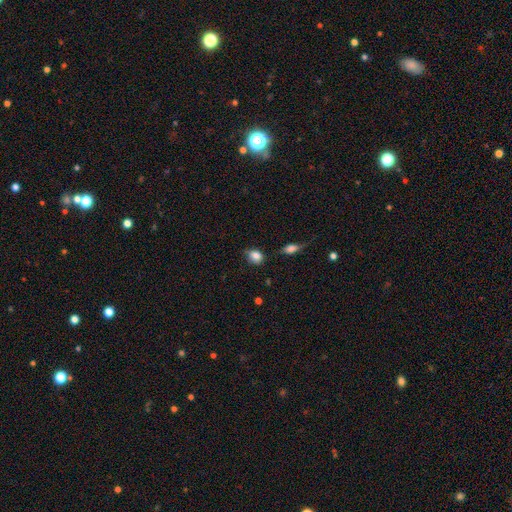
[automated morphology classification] smooth_or_featured: smooth (p=0.83) [alt: star or artifact p=0.09]
how_rounded: round (p=0.52) [alt: in between p=0.47]
merging: none (p=0.61) [alt: minor disturbance p=0.26]